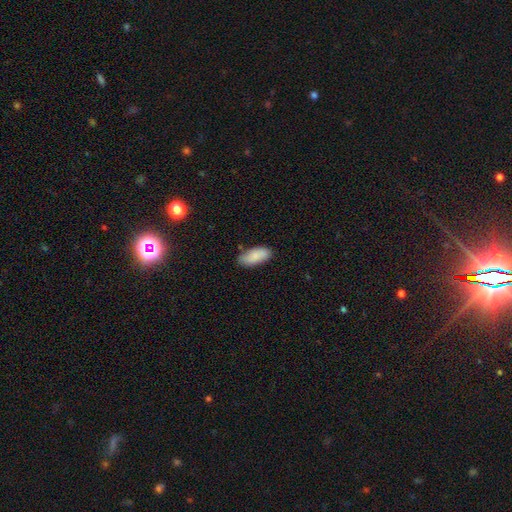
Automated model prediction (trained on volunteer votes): This is clearly a smooth galaxy (85%). How rounded: clearly in between (87%). Merging: likely none (75%).